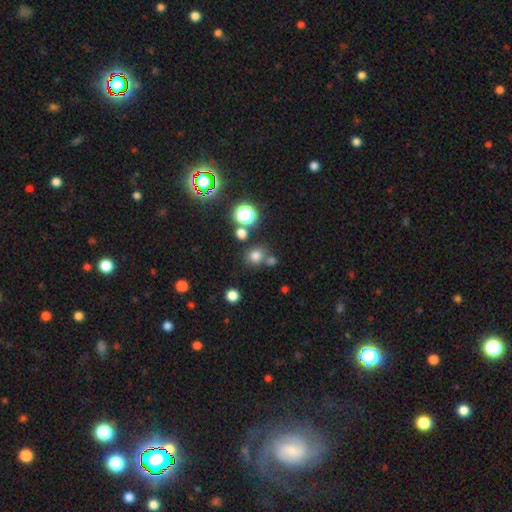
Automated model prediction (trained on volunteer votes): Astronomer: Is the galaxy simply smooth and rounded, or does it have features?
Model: smooth — 72%.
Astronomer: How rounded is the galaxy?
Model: round — 81%.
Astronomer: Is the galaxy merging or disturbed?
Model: none — 70%.